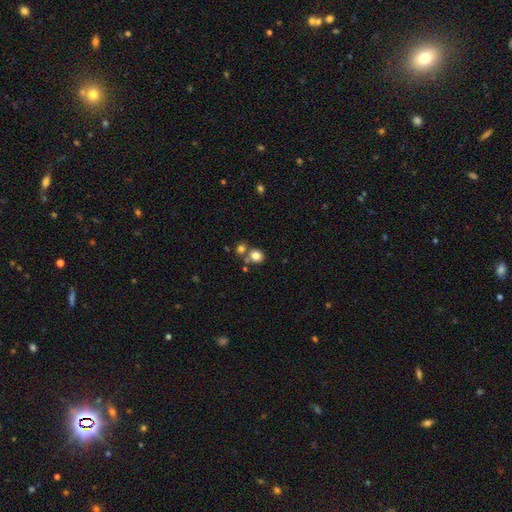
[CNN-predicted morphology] This appears to be a smooth galaxy with no disk features (80%) that is round (79%). Merging: none (61%).